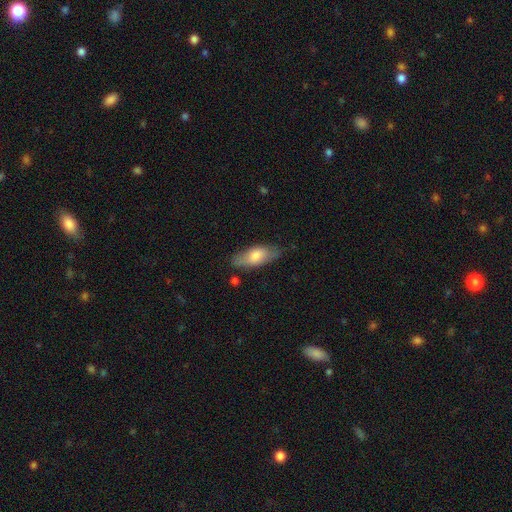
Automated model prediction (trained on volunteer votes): Smooth or featured: smooth — 67% (featured or disk — 27%)
How rounded: in between — 74% (cigar-shaped — 23%)
Merging: none — 77% (minor disturbance — 17%)